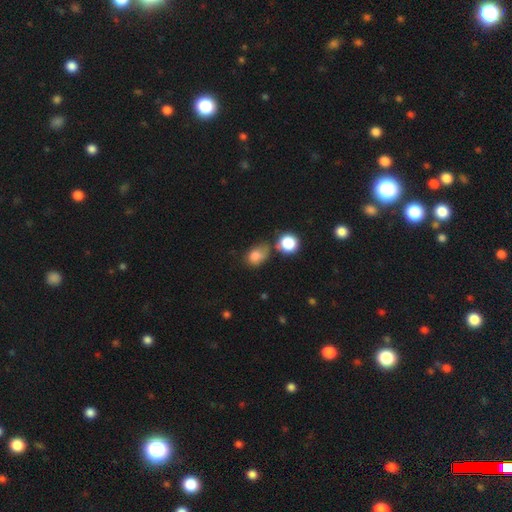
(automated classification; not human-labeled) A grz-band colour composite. It shows a smooth galaxy with no disk features (80%) that is in between round and cigar-shaped (59%). Merging: none (43%).